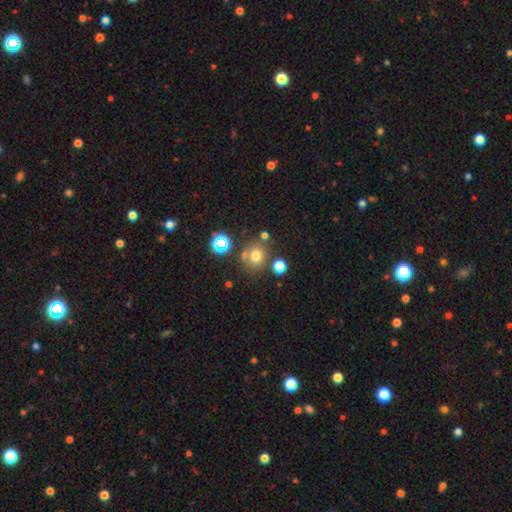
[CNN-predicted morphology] Overall: smooth (67%). How rounded: round (75%). Merging: none (68%).